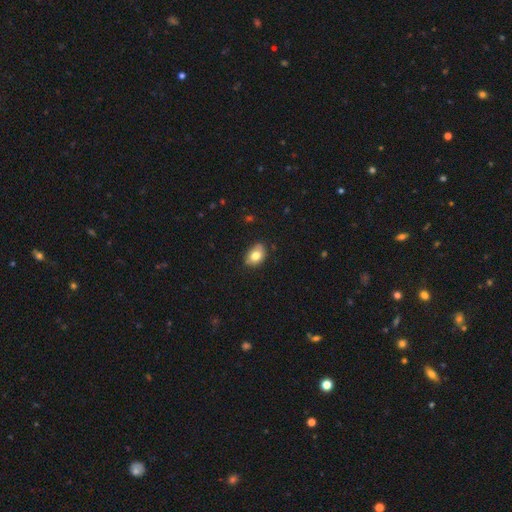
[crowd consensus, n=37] Volunteers were most divided on "merging": none: 61%, minor disturbance: 33%, major disturbance: 6%, merger: 0%. More confident: smooth or featured — smooth (76%); how rounded — in between (68%).